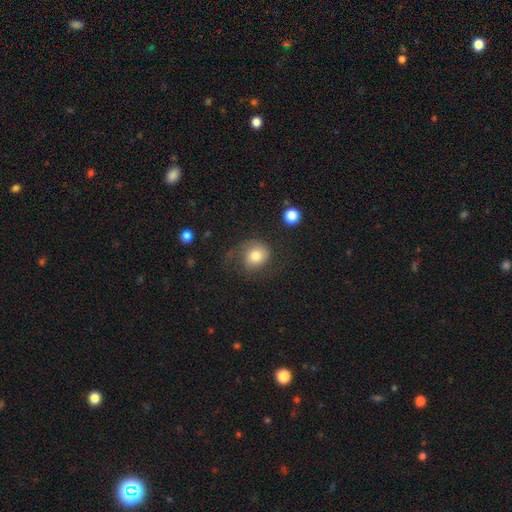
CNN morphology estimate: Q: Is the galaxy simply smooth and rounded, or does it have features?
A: smooth — 69%.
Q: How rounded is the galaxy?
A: round — 72%.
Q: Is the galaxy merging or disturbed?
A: none — 49%.